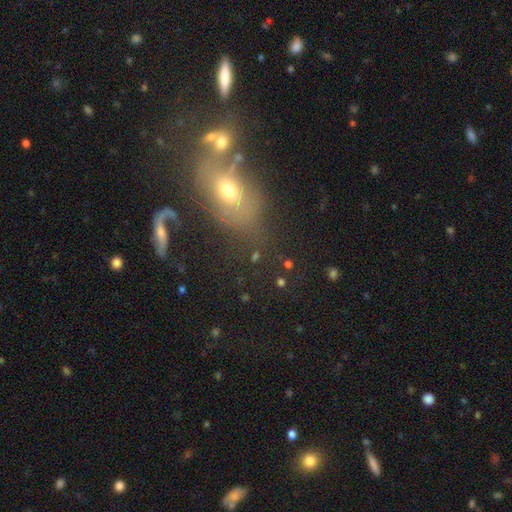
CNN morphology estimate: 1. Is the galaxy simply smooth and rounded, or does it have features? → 49% smooth, 26% star or artifact, 24% featured or disk.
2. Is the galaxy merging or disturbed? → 60% none, 15% minor disturbance, 13% major disturbance, 12% merger.